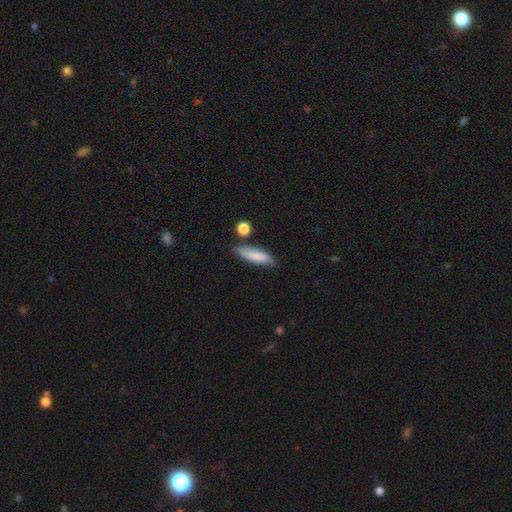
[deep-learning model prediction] This is clearly a smooth galaxy (80%). How rounded: possibly cigar-shaped (58%). Merging: likely none (72%).